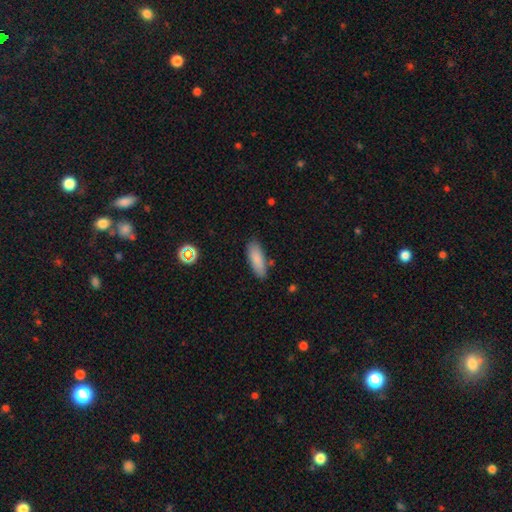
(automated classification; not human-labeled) Overall: smooth (84%). How rounded: in between (58%; cigar-shaped 40%). Merging: none (82%).